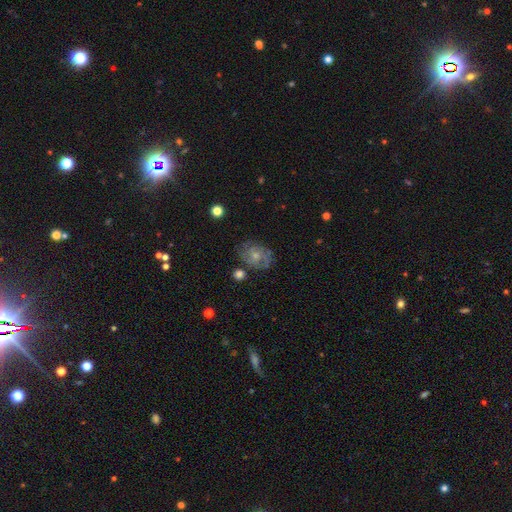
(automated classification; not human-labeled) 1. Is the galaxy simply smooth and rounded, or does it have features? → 66% featured or disk, 26% smooth, 8% star or artifact.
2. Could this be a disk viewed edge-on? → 97% no, 3% yes.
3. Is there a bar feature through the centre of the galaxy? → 74% no, 23% weak, 3% strong.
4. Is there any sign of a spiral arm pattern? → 84% yes, 16% no.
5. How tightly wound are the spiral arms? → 50% tight, 38% medium, 12% loose.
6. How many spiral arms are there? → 36% 2, 35% can't tell, 15% 3, 5% 4, 5% 1, 4% more than 4.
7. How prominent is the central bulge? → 57% small, 35% moderate, 5% none, 2% large, 1% dominant.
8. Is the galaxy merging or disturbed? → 67% none, 20% minor disturbance, 9% major disturbance, 4% merger.